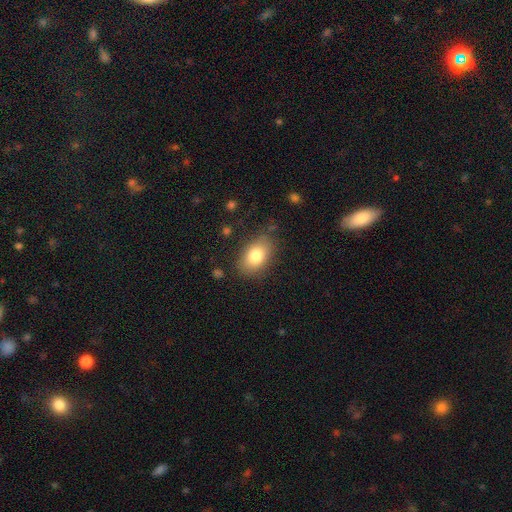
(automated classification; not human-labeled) Smooth or featured? Predicted: smooth (p=0.80). How rounded? Predicted: in between (p=0.86). Merging? Predicted: none (p=0.78).